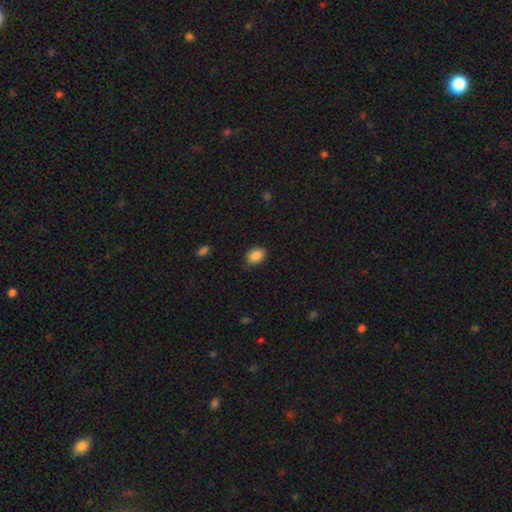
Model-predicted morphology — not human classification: smooth_or_featured: smooth (p=0.88) [alt: star or artifact p=0.08]
how_rounded: in between (p=0.79) [alt: round p=0.20]
merging: none (p=0.80) [alt: minor disturbance p=0.16]